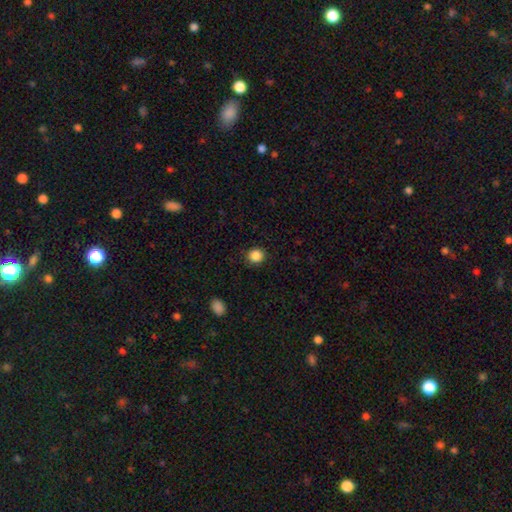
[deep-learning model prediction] The model was most divided on "how rounded": round: 86%, in between: 13%, cigar-shaped: 1%. More confident: merging — none (90%); smooth or featured — smooth (87%).